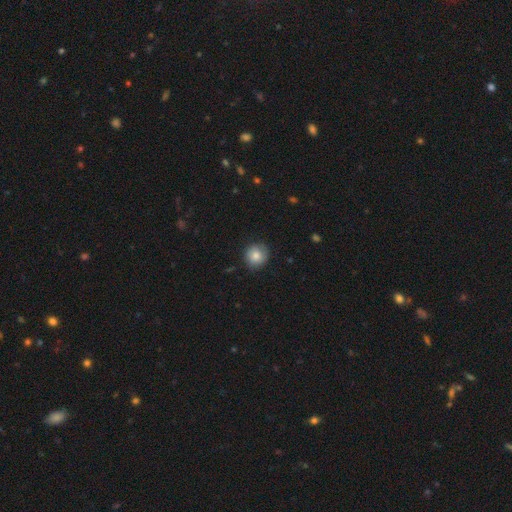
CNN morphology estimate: A smooth galaxy with no disk features (81%) that is round (87%).

Vote fractions:
- Smooth or featured? smooth: 81% / featured or disk: 11% / star or artifact: 8%
- How rounded? round: 87% / in between: 12% / cigar-shaped: 1%
- Merging? none: 82% / minor disturbance: 14% / major disturbance: 3% / merger: 1%